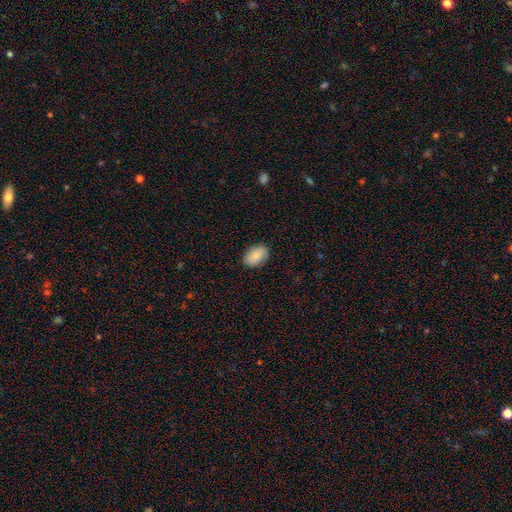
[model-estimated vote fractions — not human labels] Q: Smooth or featured?
A: smooth (85%); runner-up: featured or disk (9%)
Q: How rounded?
A: in between (87%); runner-up: round (11%)
Q: Merging?
A: none (87%); runner-up: minor disturbance (10%)